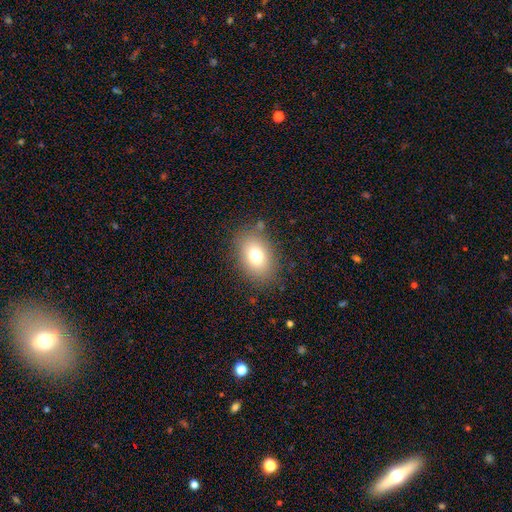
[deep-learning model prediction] smooth-or-featured: smooth: 74% | featured or disk: 14% | star or artifact: 12%
  how-rounded: in between: 75% | round: 24% | cigar-shaped: 1%
  merging: none: 82% | minor disturbance: 12% | major disturbance: 4% | merger: 2%